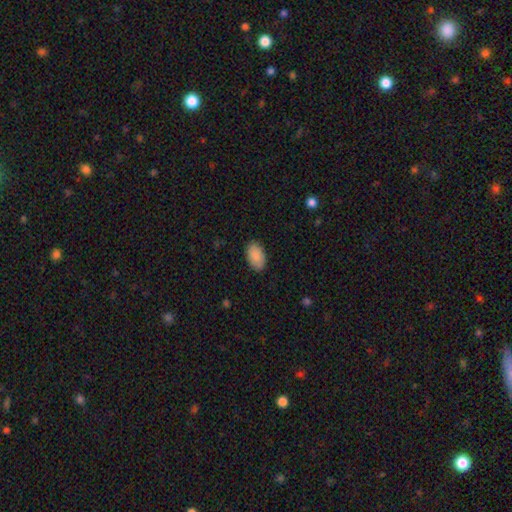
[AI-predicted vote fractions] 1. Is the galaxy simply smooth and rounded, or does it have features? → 89% smooth, 6% star or artifact, 4% featured or disk.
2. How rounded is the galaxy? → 94% in between, 4% round, 1% cigar-shaped.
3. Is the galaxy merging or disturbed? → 89% none, 8% minor disturbance, 2% major disturbance, 1% merger.